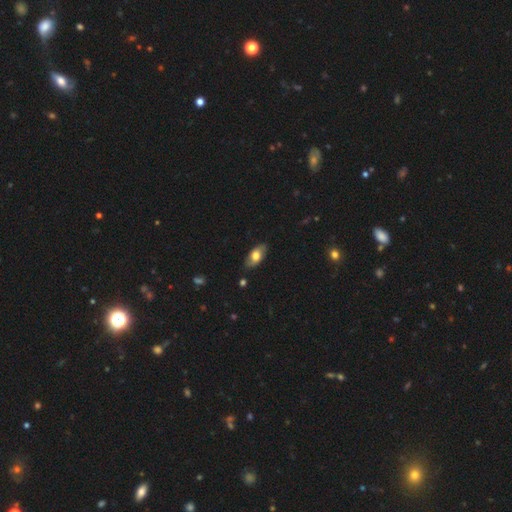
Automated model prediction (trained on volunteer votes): Smooth or featured: smooth — 63% (featured or disk — 31%)
How rounded: in between — 89% (cigar-shaped — 6%)
Merging: none — 83% (minor disturbance — 13%)